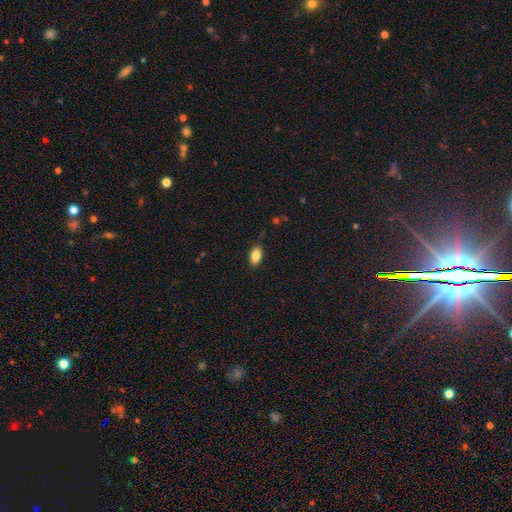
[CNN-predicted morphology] Q: Smooth or featured?
A: smooth (85%); runner-up: star or artifact (8%)
Q: How rounded?
A: in between (90%); runner-up: round (7%)
Q: Merging?
A: none (84%); runner-up: minor disturbance (13%)